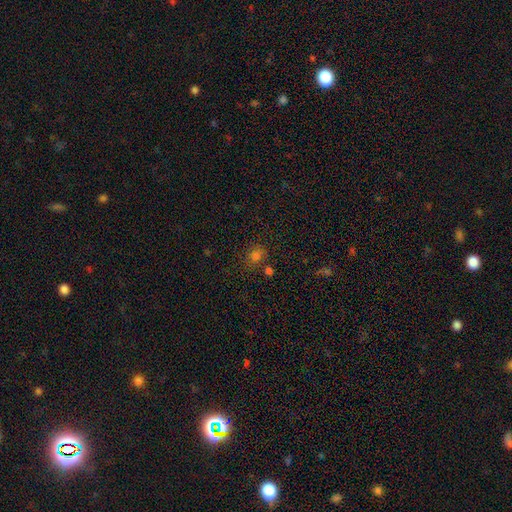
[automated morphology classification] A smooth galaxy with no disk features (67%) that is round (66%).

Vote fractions:
- Smooth or featured? smooth: 67% / star or artifact: 26% / featured or disk: 7%
- How rounded? round: 66% / in between: 32% / cigar-shaped: 1%
- Merging? none: 72% / minor disturbance: 14% / merger: 9% / major disturbance: 5%